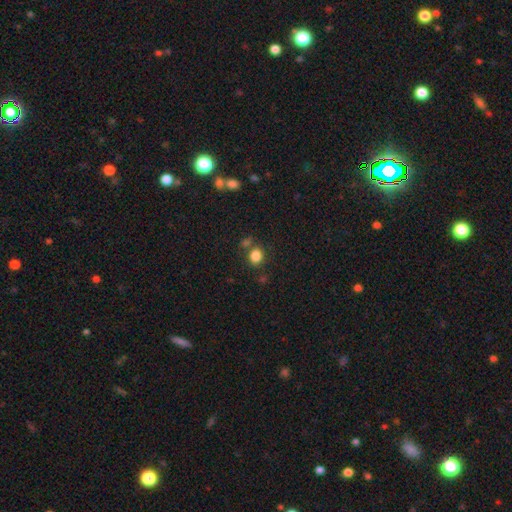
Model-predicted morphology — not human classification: Smooth or featured?
  - smooth: 84% *
  - star or artifact: 11%
  - featured or disk: 5%
How rounded?
  - round: 54% *
  - in between: 45%
  - cigar-shaped: 1%
Merging?
  - none: 69% *
  - merger: 15%
  - minor disturbance: 12%
  - major disturbance: 4%